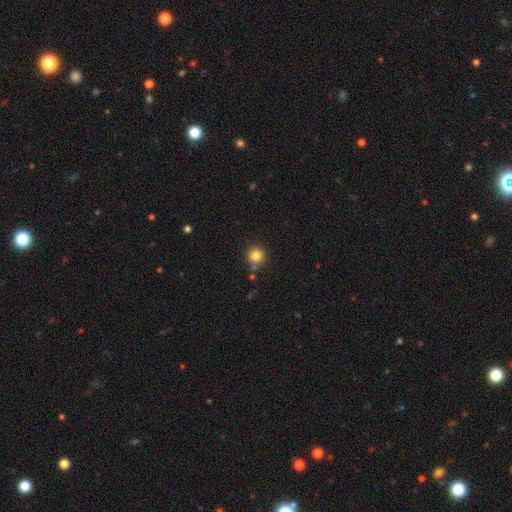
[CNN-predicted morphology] Smooth or featured? smooth (84%)
How rounded? round (93%)
Merging? none (77%)